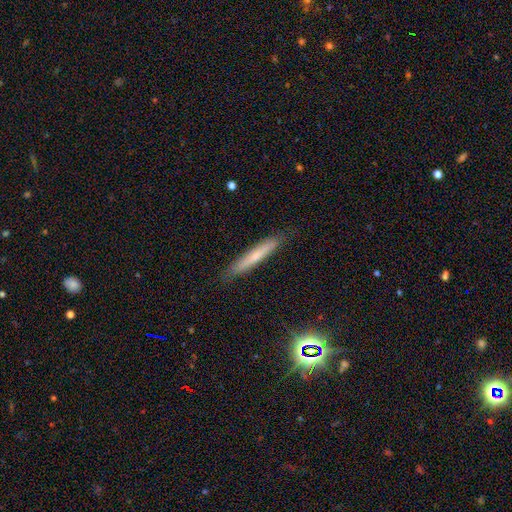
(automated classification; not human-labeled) The model was most divided on "smooth or featured": smooth: 59%, featured or disk: 33%, star or artifact: 8%. More confident: how rounded — cigar-shaped (94%); merging — none (88%).